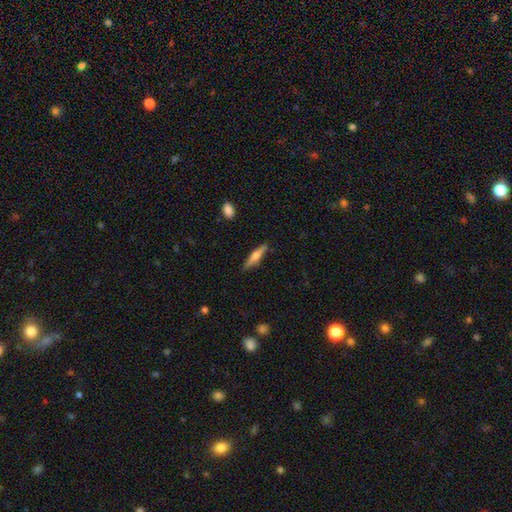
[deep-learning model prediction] Smooth or featured? featured or disk (49%)
Merging? none (87%)